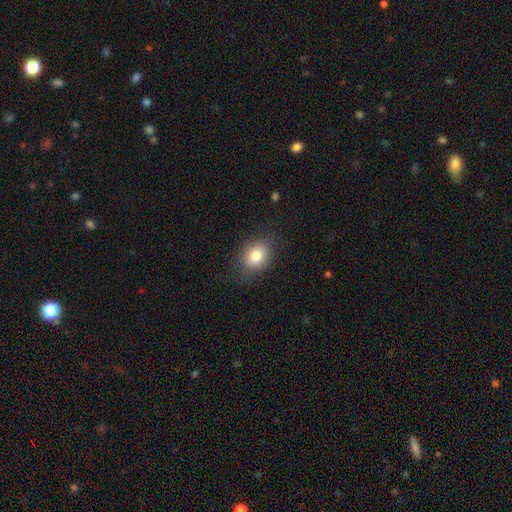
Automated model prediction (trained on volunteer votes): Smooth or featured: smooth — 80% (featured or disk — 10%)
How rounded: in between — 61% (round — 38%)
Merging: none — 78% (minor disturbance — 16%)